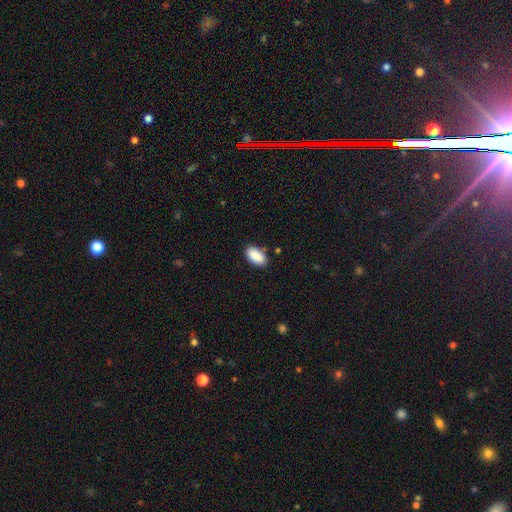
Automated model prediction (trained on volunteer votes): Smooth or featured?
  - smooth: 90% *
  - star or artifact: 7%
  - featured or disk: 3%
How rounded?
  - in between: 94% *
  - cigar-shaped: 4%
  - round: 3%
Merging?
  - none: 85% *
  - minor disturbance: 11%
  - major disturbance: 2%
  - merger: 2%